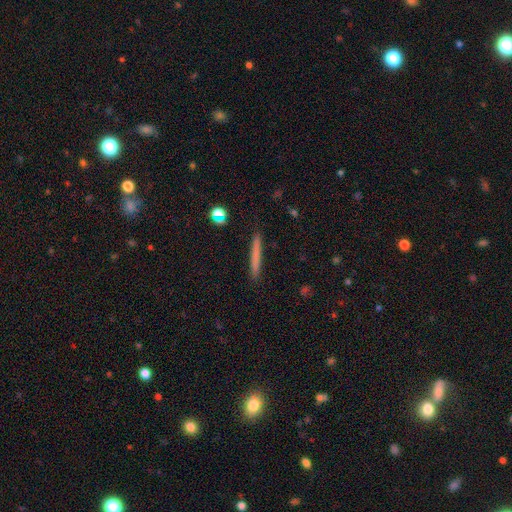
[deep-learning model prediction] Morphology: type=smooth (70%); roundness=cigar-shaped (97%); merging=none (91%).